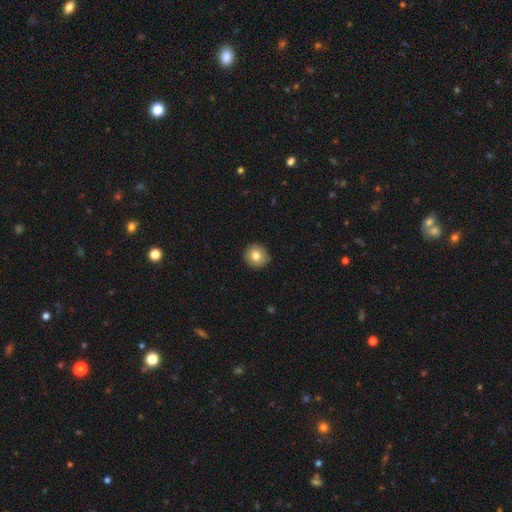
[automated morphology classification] This is clearly a smooth galaxy (81%). How rounded: clearly round (92%). Merging: clearly none (90%).